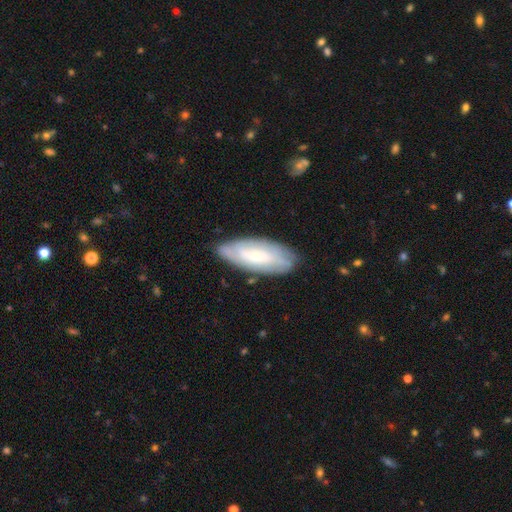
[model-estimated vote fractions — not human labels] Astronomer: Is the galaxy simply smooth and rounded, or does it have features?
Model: featured or disk — 54% (runner-up: smooth, 40%).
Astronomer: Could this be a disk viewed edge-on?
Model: no — 84%.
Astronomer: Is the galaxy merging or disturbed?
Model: none — 79%.